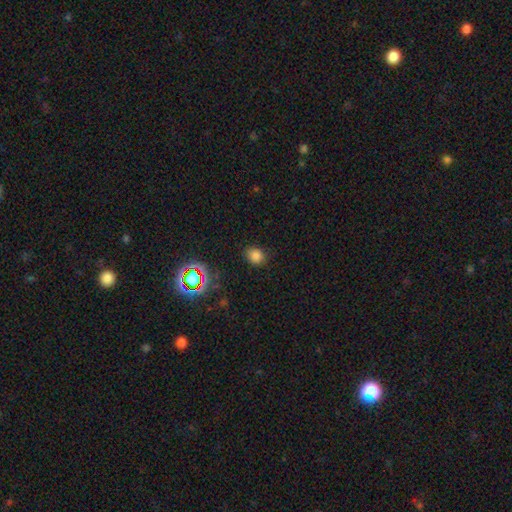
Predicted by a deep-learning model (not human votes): smooth 76%, star or artifact 18%, featured or disk 5%. Down the decision tree: how rounded — round (65%); merging — none (83%).